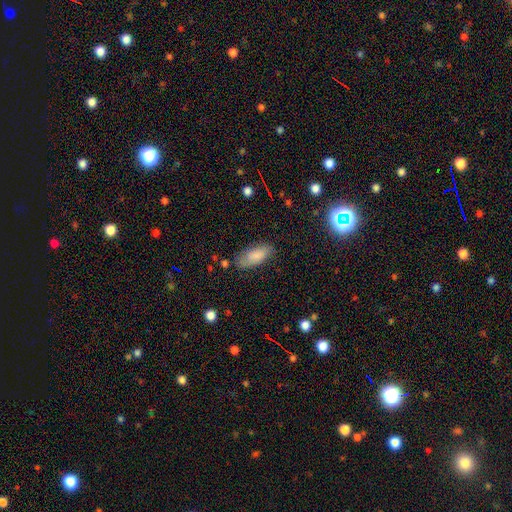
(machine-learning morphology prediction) This appears to be a smooth galaxy with no disk features (79%) that is in between round and cigar-shaped (84%). Merging: none (74%).